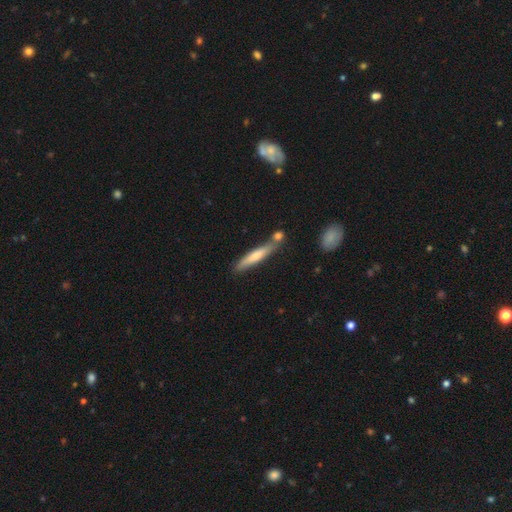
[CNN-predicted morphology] Q: Smooth or featured?
A: smooth (61%); runner-up: featured or disk (33%)
Q: How rounded?
A: cigar-shaped (90%); runner-up: in between (8%)
Q: Merging?
A: none (66%); runner-up: merger (18%)